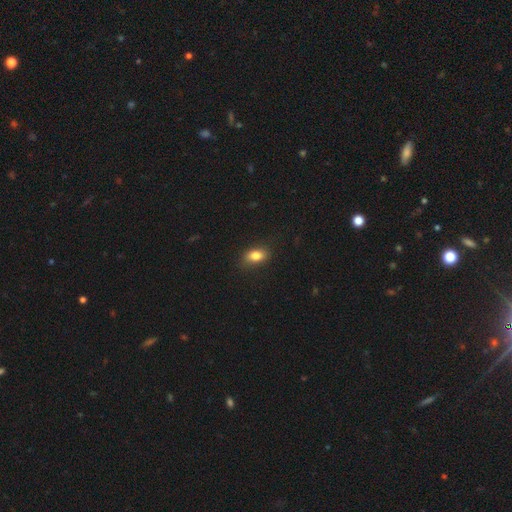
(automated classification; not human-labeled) This appears to be a smooth galaxy with no disk features (83%) that is in between round and cigar-shaped (84%). Merging: none (85%).